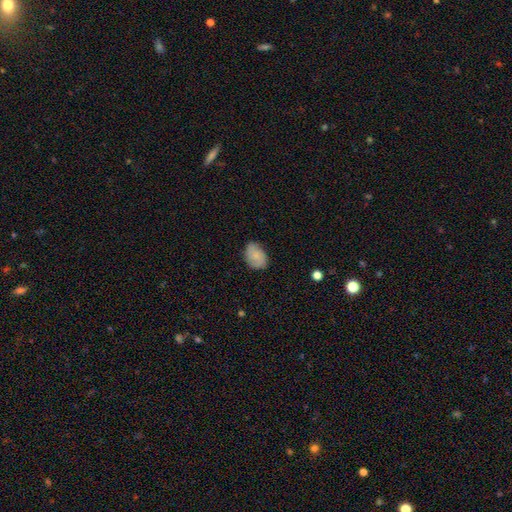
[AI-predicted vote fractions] Smooth or featured?
  - smooth: 76% *
  - featured or disk: 17%
  - star or artifact: 7%
How rounded?
  - in between: 80% *
  - round: 19%
  - cigar-shaped: 1%
Merging?
  - none: 76% *
  - minor disturbance: 19%
  - major disturbance: 3%
  - merger: 1%